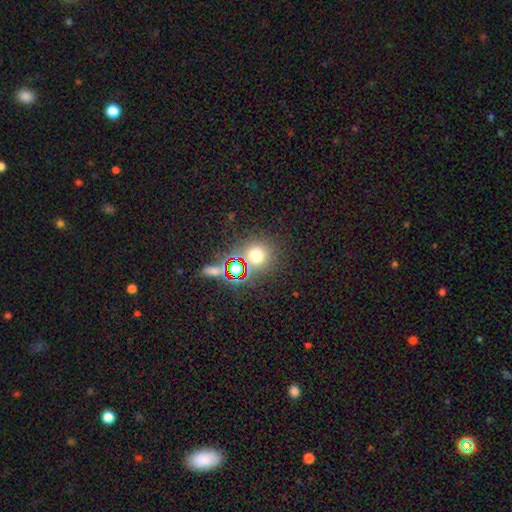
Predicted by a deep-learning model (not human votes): Q: Smooth or featured?
A: smooth (61%); runner-up: star or artifact (31%)
Q: How rounded?
A: round (89%); runner-up: in between (10%)
Q: Merging?
A: none (76%); runner-up: merger (10%)